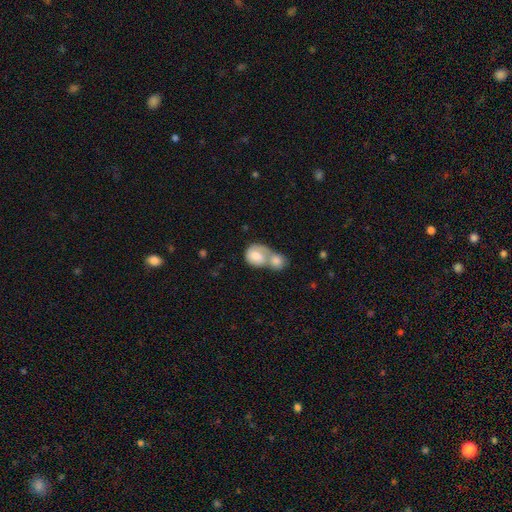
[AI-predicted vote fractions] This appears to be a smooth galaxy with no disk features (70%) that is round (59%). Merging: merger (80%).